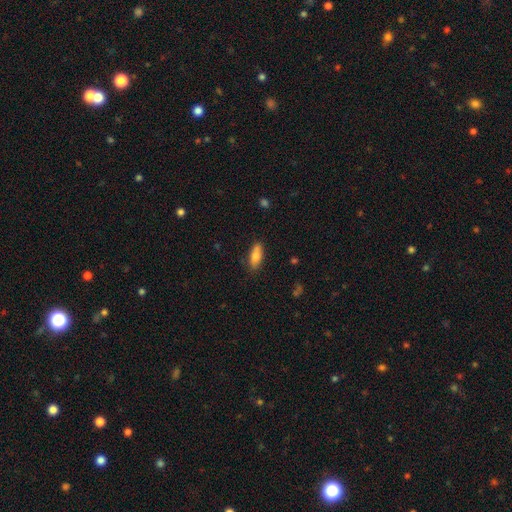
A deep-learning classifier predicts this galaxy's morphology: smooth_or_featured: smooth (p=0.82) [alt: featured or disk p=0.11]
how_rounded: in between (p=0.70) [alt: cigar-shaped p=0.27]
merging: none (p=0.81) [alt: minor disturbance p=0.14]